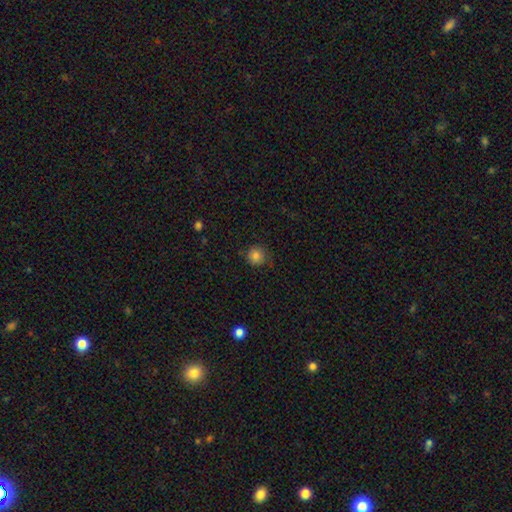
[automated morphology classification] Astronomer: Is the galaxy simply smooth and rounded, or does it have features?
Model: smooth — 82%.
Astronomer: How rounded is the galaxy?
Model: round — 93%.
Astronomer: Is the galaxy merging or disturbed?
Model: none — 80%.